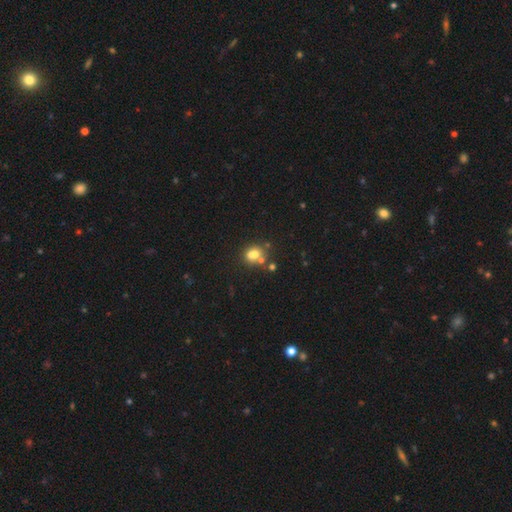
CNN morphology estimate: This appears to be a smooth galaxy with no disk features (66%) that is round (63%). Merging: none (55%).